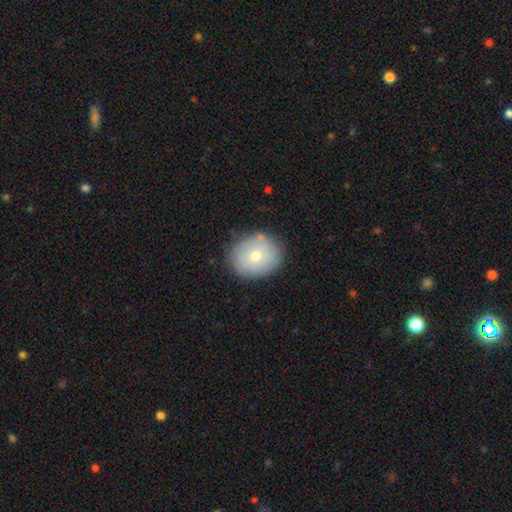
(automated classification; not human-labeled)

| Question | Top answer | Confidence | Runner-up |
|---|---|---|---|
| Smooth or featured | smooth | 71% | featured or disk (21%) |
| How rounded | round | 67% | in between (32%) |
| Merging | none | 85% | minor disturbance (11%) |